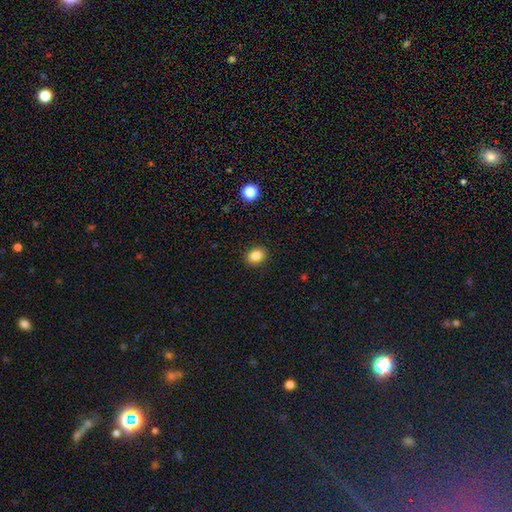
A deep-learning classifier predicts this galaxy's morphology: This appears to be a smooth galaxy with no disk features (86%) that is in between round and cigar-shaped (58%). Merging: none (89%).